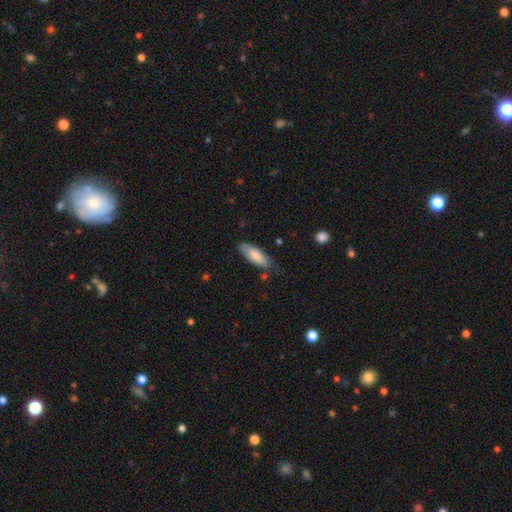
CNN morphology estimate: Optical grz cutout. It shows a smooth galaxy with no disk features (78%) that is in between round and cigar-shaped (69%). Merging: none (73%).